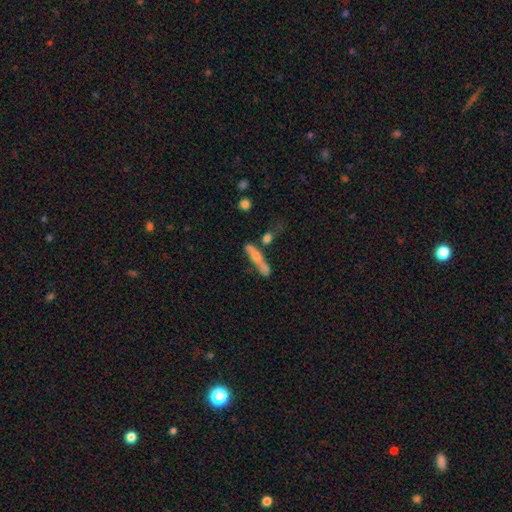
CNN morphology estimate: A smooth galaxy with no disk features (50%).

Vote fractions:
- Smooth or featured? smooth: 50% / featured or disk: 42% / star or artifact: 8%
- Merging? none: 50% / merger: 20% / minor disturbance: 19% / major disturbance: 11%